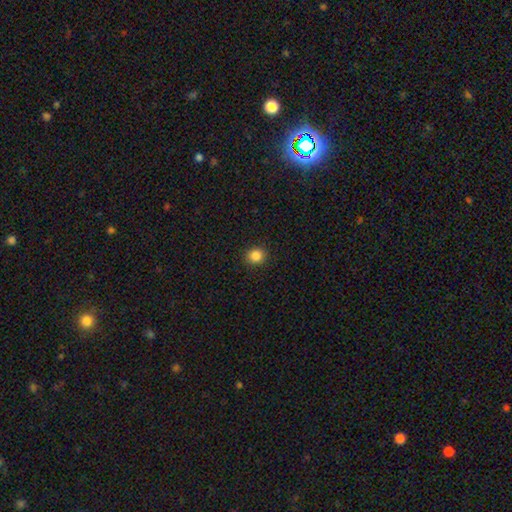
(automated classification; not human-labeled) Smooth or featured?
  - smooth: 86% *
  - star or artifact: 11%
  - featured or disk: 4%
How rounded?
  - round: 86% *
  - in between: 13%
  - cigar-shaped: 1%
Merging?
  - none: 92% *
  - minor disturbance: 6%
  - major disturbance: 2%
  - merger: 1%